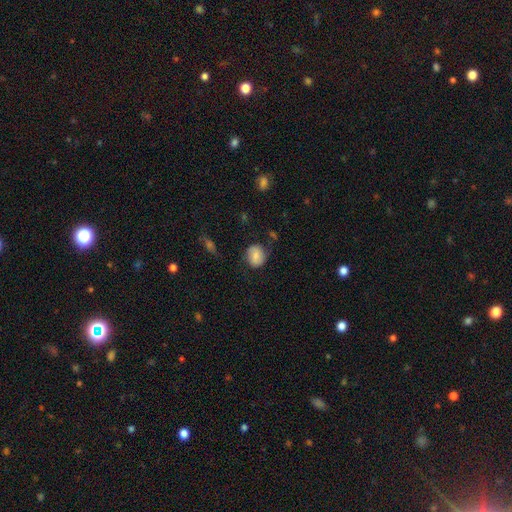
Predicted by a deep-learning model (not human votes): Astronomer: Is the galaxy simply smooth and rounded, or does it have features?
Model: smooth — 70%.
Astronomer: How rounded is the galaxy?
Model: round — 65%.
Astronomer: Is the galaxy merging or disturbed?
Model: none — 70%.